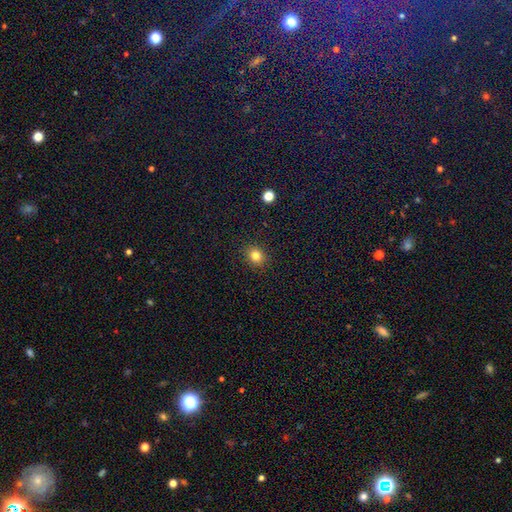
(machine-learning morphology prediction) A smooth galaxy with no disk features (82%) that is round (73%). Merging: none (90%).